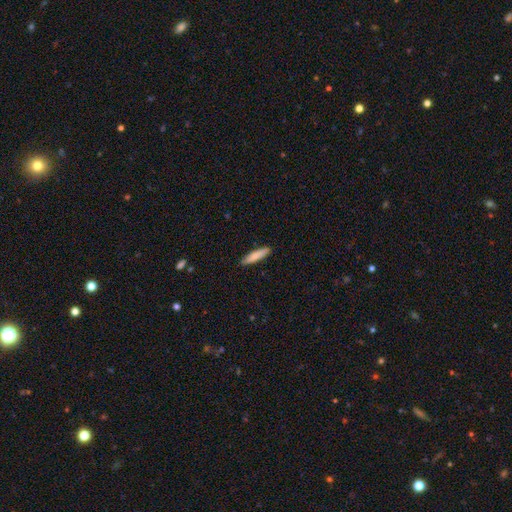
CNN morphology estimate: Smooth or featured? smooth (82%)
How rounded? cigar-shaped (79%)
Merging? none (90%)